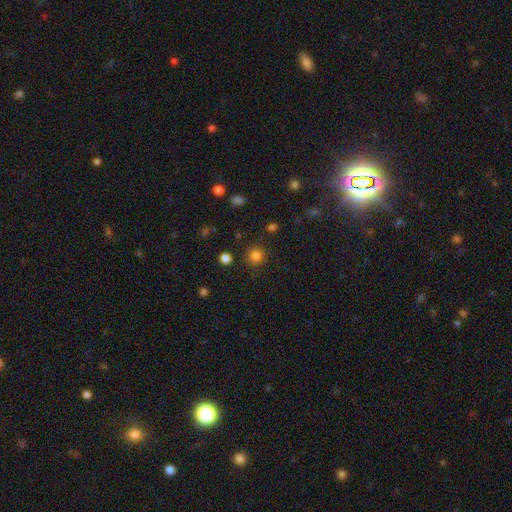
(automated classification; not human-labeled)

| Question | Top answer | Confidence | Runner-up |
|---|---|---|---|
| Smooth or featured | smooth | 82% | star or artifact (14%) |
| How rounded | round | 93% | in between (6%) |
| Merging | none | 89% | minor disturbance (6%) |